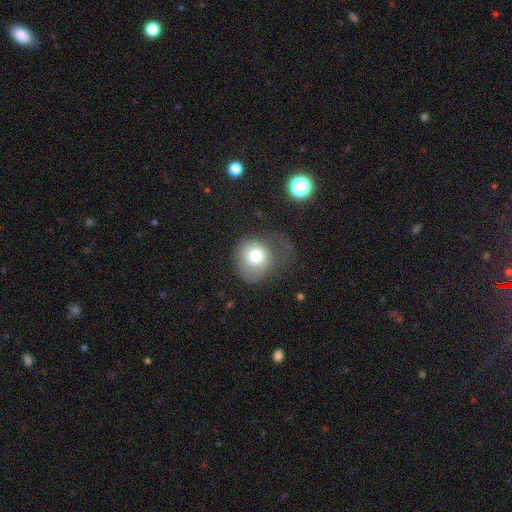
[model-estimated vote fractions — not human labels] Smooth or featured? smooth (73%)
How rounded? round (78%)
Merging? major disturbance (36%)